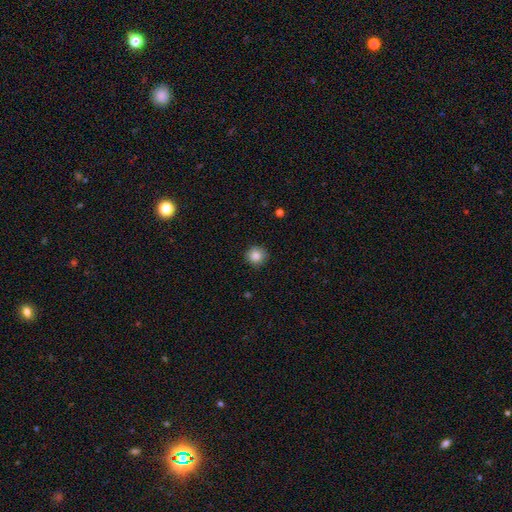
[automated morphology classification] This is clearly a smooth galaxy (86%). How rounded: clearly round (93%). Merging: clearly none (89%).